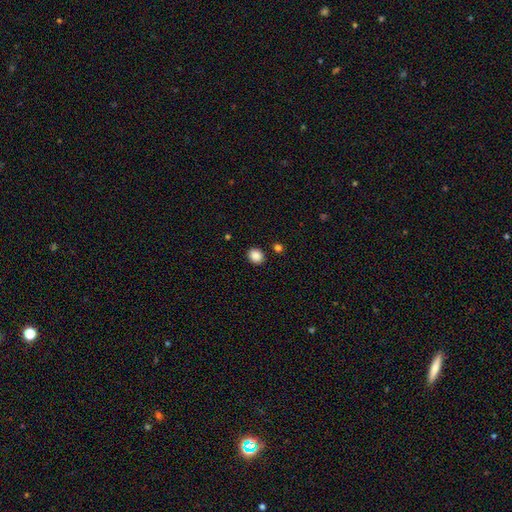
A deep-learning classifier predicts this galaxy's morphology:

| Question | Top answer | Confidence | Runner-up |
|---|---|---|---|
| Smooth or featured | smooth | 87% | star or artifact (10%) |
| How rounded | round | 75% | in between (25%) |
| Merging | none | 89% | minor disturbance (6%) |